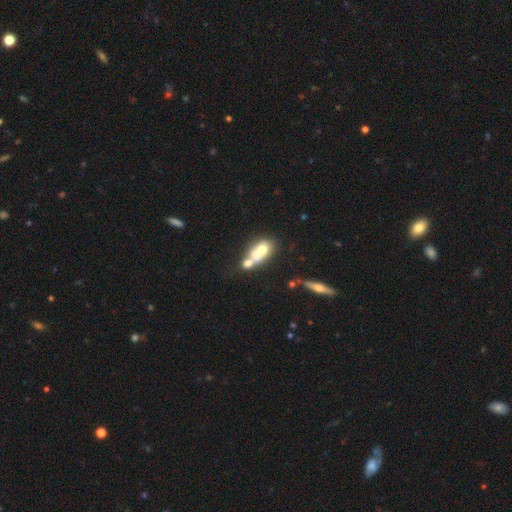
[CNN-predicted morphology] Q: Smooth or featured?
A: smooth (56%); runner-up: featured or disk (33%)
Q: How rounded?
A: in between (60%); runner-up: round (34%)
Q: Merging?
A: merger (60%); runner-up: none (25%)